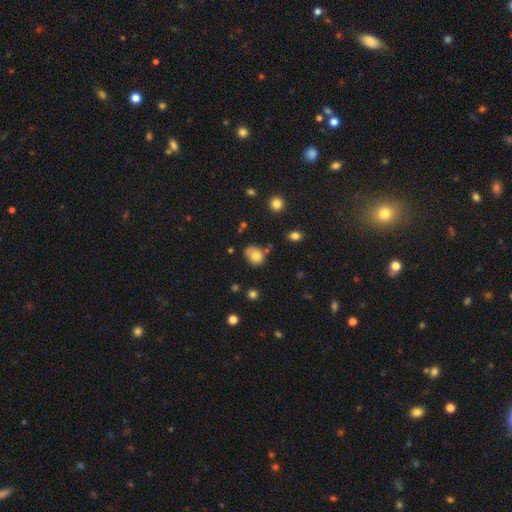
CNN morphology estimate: Smooth or featured? smooth (79%)
How rounded? round (51%)
Merging? none (50%)